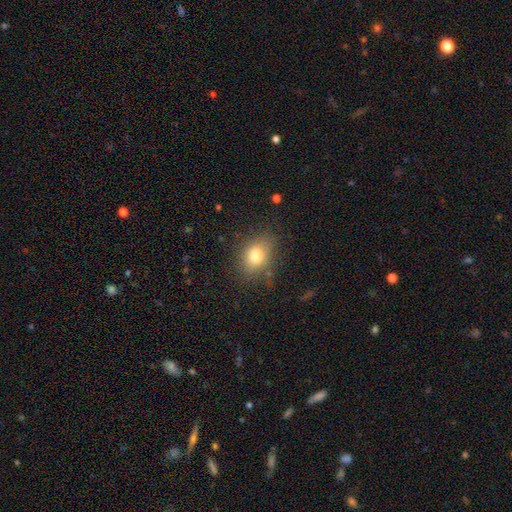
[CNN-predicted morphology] Smooth or featured?
  - smooth: 78% *
  - featured or disk: 12%
  - star or artifact: 10%
How rounded?
  - in between: 72% *
  - round: 27%
  - cigar-shaped: 2%
Merging?
  - none: 75% *
  - minor disturbance: 17%
  - major disturbance: 6%
  - merger: 2%